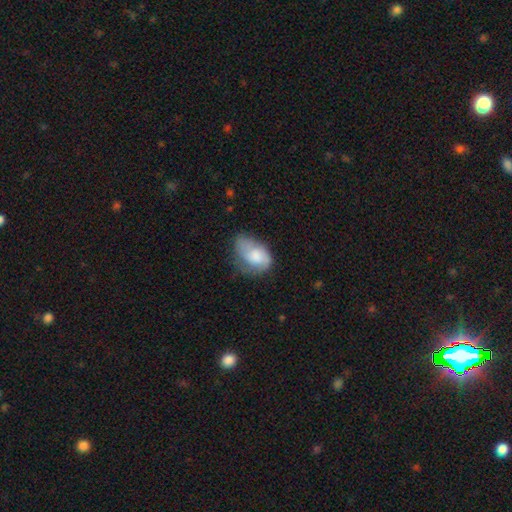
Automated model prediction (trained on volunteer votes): smooth-or-featured: smooth: 65% | featured or disk: 28% | star or artifact: 7%
  how-rounded: in between: 85% | round: 13% | cigar-shaped: 1%
  merging: minor disturbance: 38% | none: 33% | major disturbance: 25% | merger: 4%